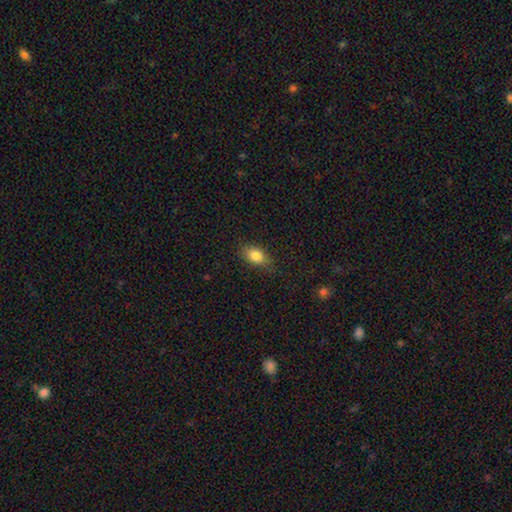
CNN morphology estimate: Smooth or featured?
  - smooth: 82% *
  - featured or disk: 9%
  - star or artifact: 9%
How rounded?
  - in between: 82% *
  - round: 14%
  - cigar-shaped: 4%
Merging?
  - none: 80% *
  - minor disturbance: 15%
  - major disturbance: 3%
  - merger: 1%